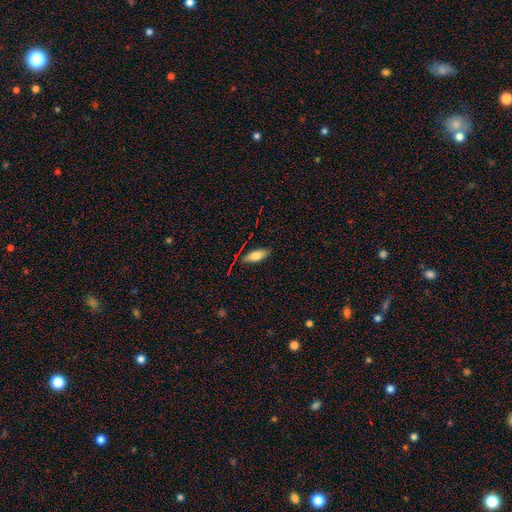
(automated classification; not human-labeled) This is likely a smooth galaxy (76%). How rounded: likely in between (78%). Merging: likely none (75%).